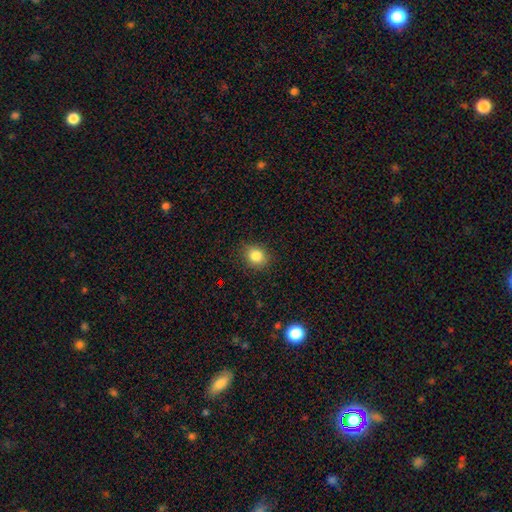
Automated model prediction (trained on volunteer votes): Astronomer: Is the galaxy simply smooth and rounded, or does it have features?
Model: smooth — 83%.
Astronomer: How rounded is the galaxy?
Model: round — 68%.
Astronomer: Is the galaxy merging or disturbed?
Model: none — 86%.